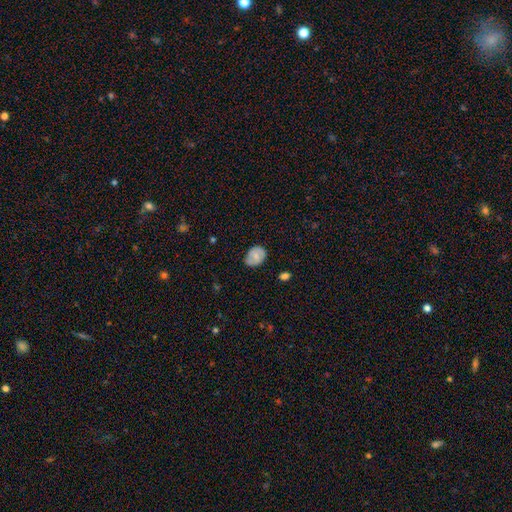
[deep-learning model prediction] A smooth galaxy with no disk features (64%) that is in between round and cigar-shaped (65%). Merging: none (71%).